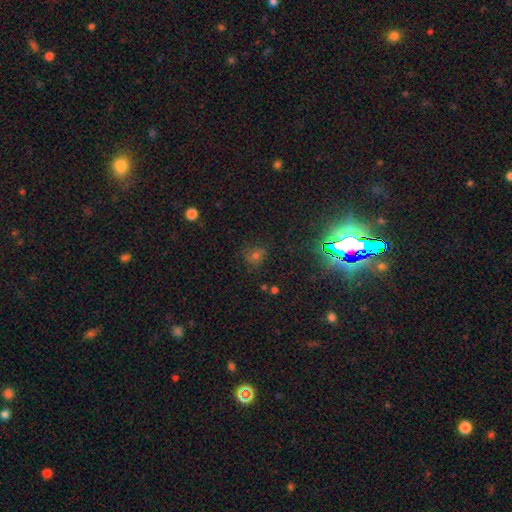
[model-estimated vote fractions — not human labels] This is possibly a star or artifact rather than a galaxy (48%).